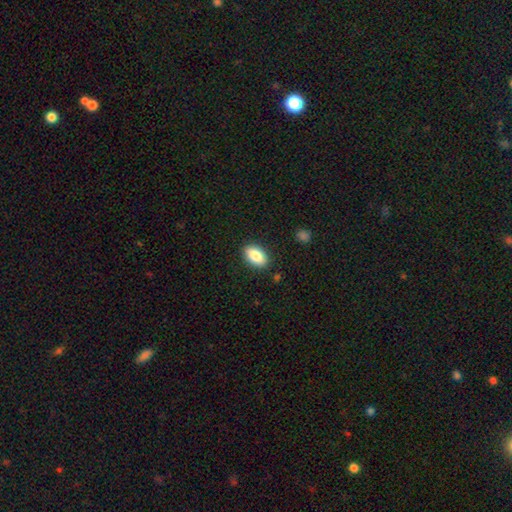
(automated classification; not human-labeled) A smooth galaxy with no disk features (85%) that is in between round and cigar-shaped (92%).

Vote fractions:
- Smooth or featured? smooth: 85% / featured or disk: 8% / star or artifact: 7%
- How rounded? in between: 92% / round: 6% / cigar-shaped: 2%
- Merging? none: 88% / minor disturbance: 9% / major disturbance: 2% / merger: 1%